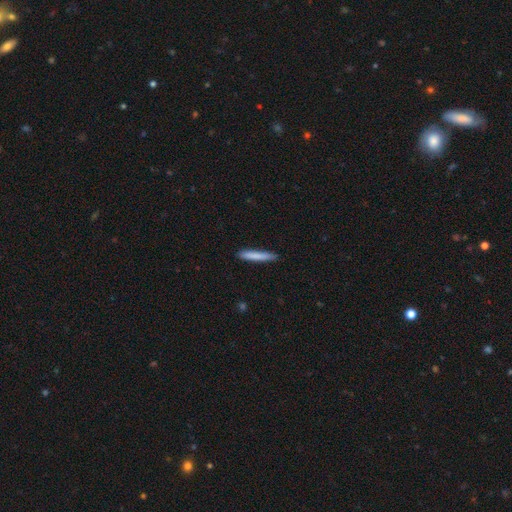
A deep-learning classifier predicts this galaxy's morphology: Q: Smooth or featured?
A: smooth (81%); runner-up: featured or disk (14%)
Q: How rounded?
A: cigar-shaped (95%); runner-up: in between (4%)
Q: Merging?
A: none (88%); runner-up: minor disturbance (9%)